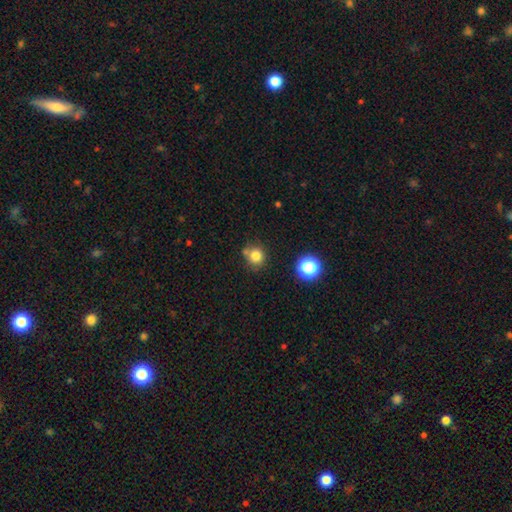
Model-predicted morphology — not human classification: smooth_or_featured: smooth (p=0.79) [alt: star or artifact p=0.14]
how_rounded: round (p=0.88) [alt: in between p=0.11]
merging: none (p=0.66) [alt: minor disturbance p=0.15]